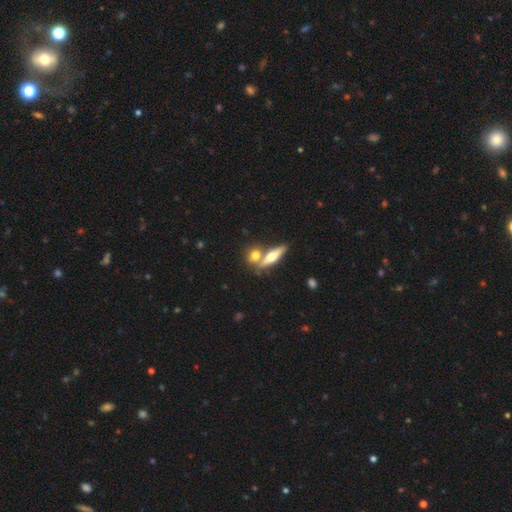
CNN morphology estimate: Overall: smooth (47%; featured or disk 40%). Merging: none (45%; merger 42%).